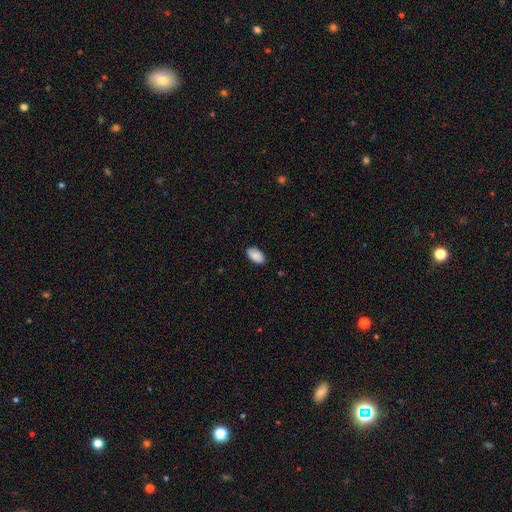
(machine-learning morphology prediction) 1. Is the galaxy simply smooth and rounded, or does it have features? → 88% smooth, 7% star or artifact, 5% featured or disk.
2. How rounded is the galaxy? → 95% in between, 3% round, 2% cigar-shaped.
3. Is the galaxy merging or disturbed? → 85% none, 12% minor disturbance, 2% major disturbance, 1% merger.